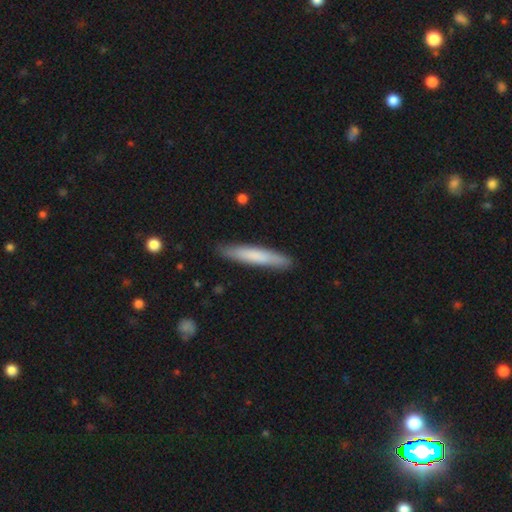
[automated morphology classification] type=smooth (72%); roundness=cigar-shaped (92%); merging=none (87%).